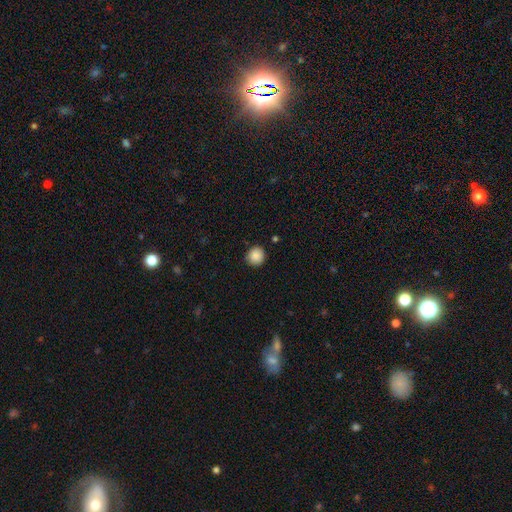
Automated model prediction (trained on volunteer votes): Smooth or featured? smooth (88%)
How rounded? round (90%)
Merging? none (89%)